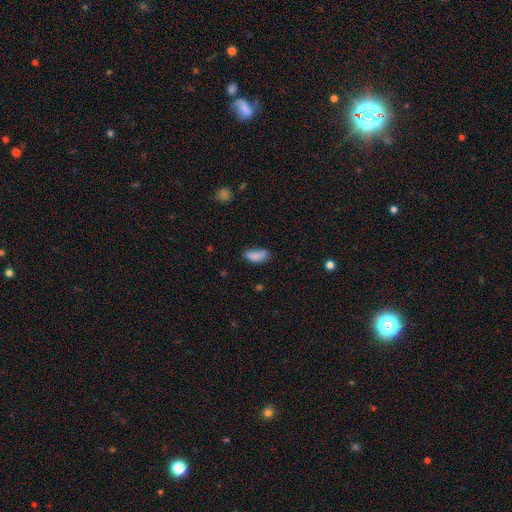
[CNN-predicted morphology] Overall: smooth (83%). How rounded: in between (86%). Merging: none (53%; minor disturbance 30%).